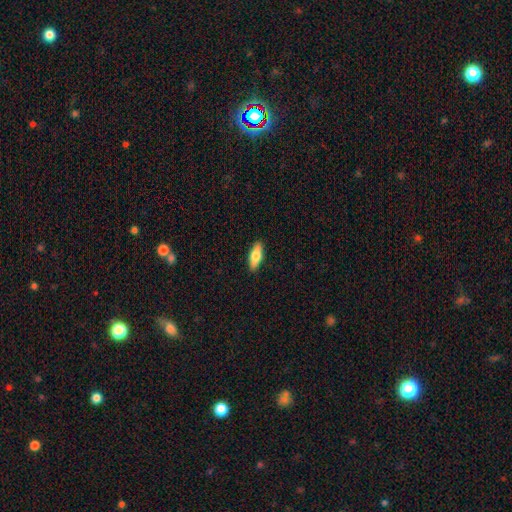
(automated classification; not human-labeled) Smooth or featured: smooth — 71% (featured or disk — 24%)
How rounded: in between — 63% (cigar-shaped — 35%)
Merging: none — 90% (minor disturbance — 8%)